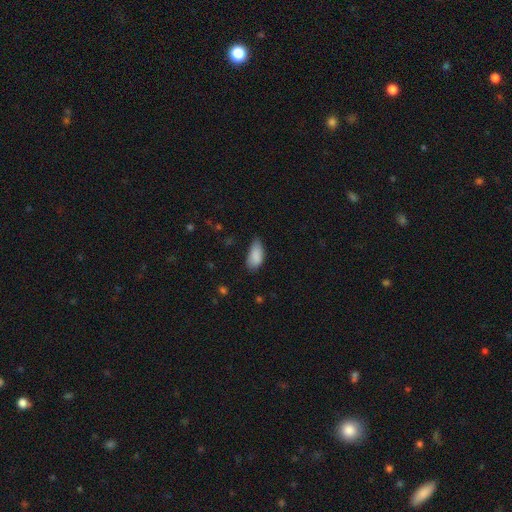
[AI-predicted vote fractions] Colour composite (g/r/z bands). It shows a smooth galaxy with no disk features (88%) that is in between round and cigar-shaped (92%). Merging: none (54%).